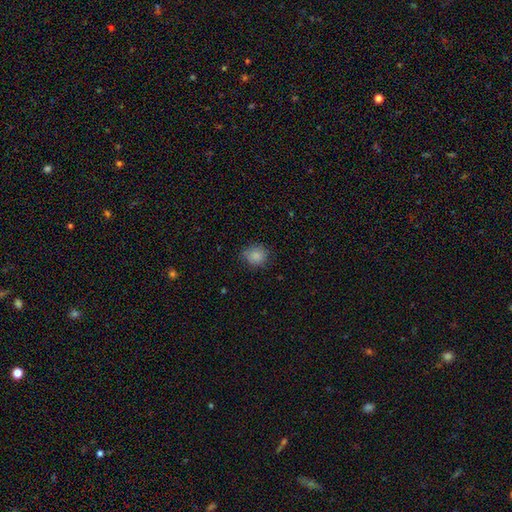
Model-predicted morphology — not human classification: Overall: smooth (86%). How rounded: round (84%). Merging: none (78%).